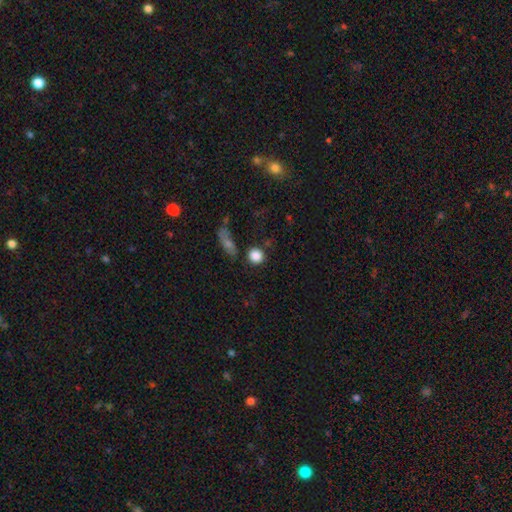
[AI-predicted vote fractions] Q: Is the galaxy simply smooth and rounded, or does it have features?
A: smooth — 85%.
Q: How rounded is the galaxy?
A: round — 87%.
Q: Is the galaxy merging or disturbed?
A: none — 78%.